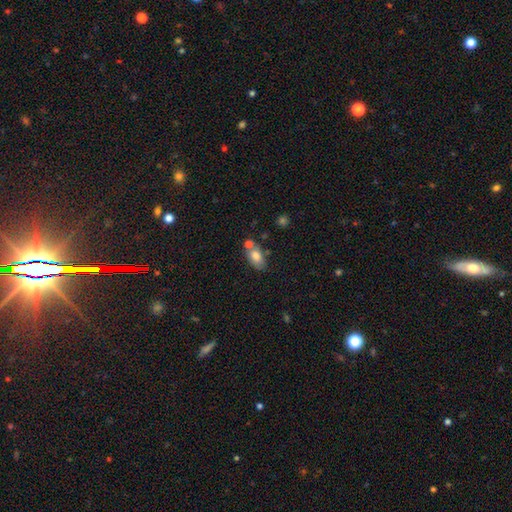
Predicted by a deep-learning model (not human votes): Smooth or featured?
  - smooth: 78% *
  - featured or disk: 14%
  - star or artifact: 8%
How rounded?
  - in between: 88% *
  - round: 9%
  - cigar-shaped: 3%
Merging?
  - none: 52% *
  - merger: 26%
  - minor disturbance: 17%
  - major disturbance: 5%